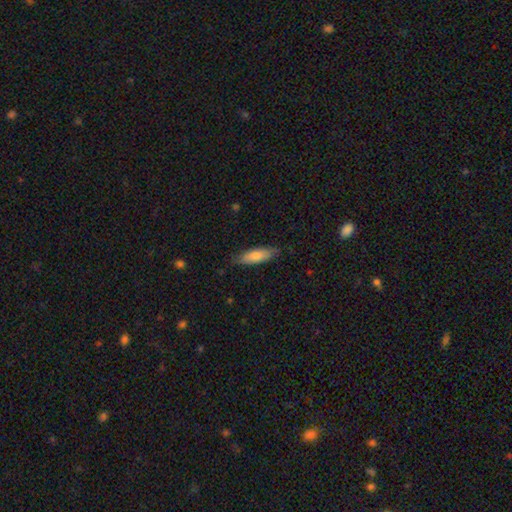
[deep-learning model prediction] This is likely a smooth galaxy (74%). How rounded: possibly cigar-shaped (60%). Merging: clearly none (83%).